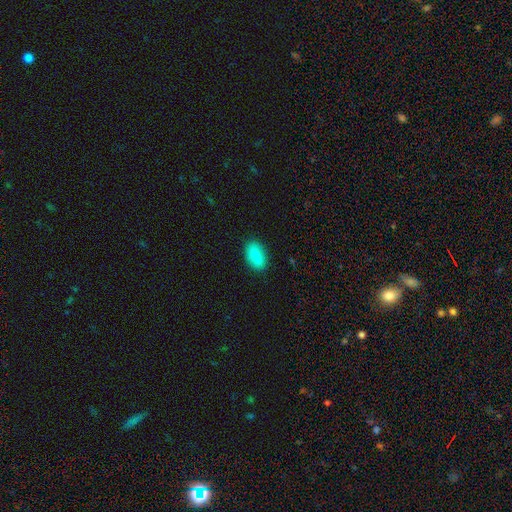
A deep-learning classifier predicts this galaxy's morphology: Smooth or featured?
  - smooth: 82% *
  - featured or disk: 11%
  - star or artifact: 7%
How rounded?
  - in between: 90% *
  - round: 6%
  - cigar-shaped: 4%
Merging?
  - none: 88% *
  - minor disturbance: 9%
  - major disturbance: 2%
  - merger: 1%